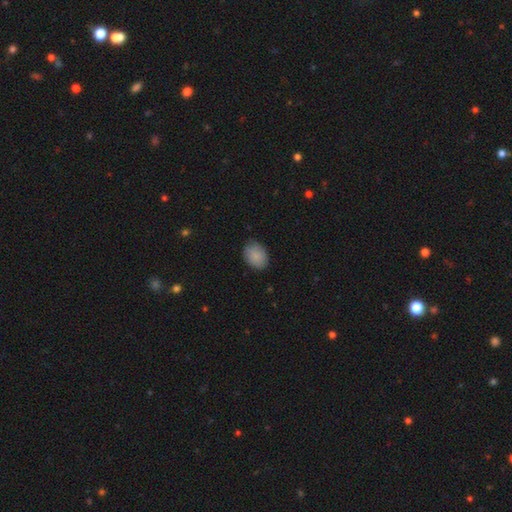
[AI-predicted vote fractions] Morphology: type=smooth (86%); roundness=in between (67%); merging=none (80%).